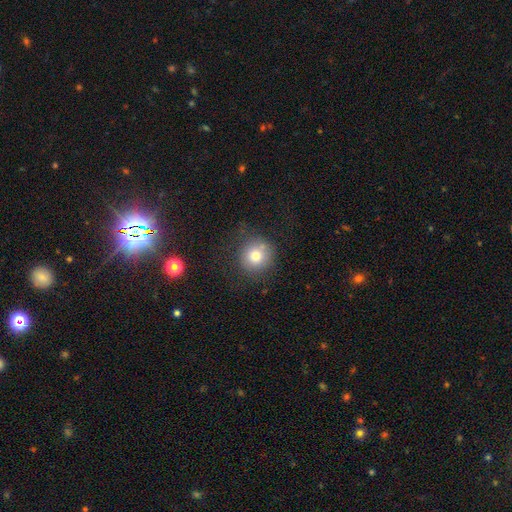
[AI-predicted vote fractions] smooth 75%, star or artifact 12%, featured or disk 12%. Down the decision tree: how rounded — round (92%); merging — none (75%).